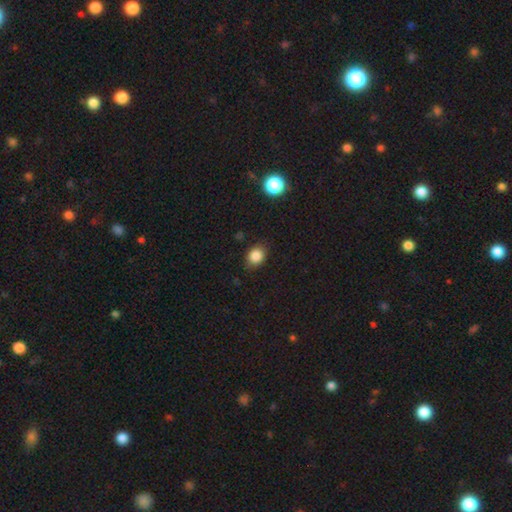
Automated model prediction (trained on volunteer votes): Q: Smooth or featured?
A: smooth (85%); runner-up: star or artifact (10%)
Q: How rounded?
A: in between (50%); runner-up: round (49%)
Q: Merging?
A: none (83%); runner-up: minor disturbance (13%)